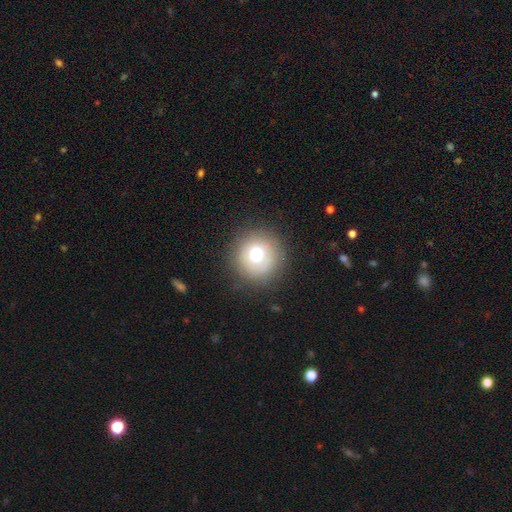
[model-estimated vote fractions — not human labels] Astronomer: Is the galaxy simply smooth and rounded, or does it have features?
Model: smooth — 70%.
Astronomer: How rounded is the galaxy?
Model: round — 93%.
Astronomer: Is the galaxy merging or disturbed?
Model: none — 82%.